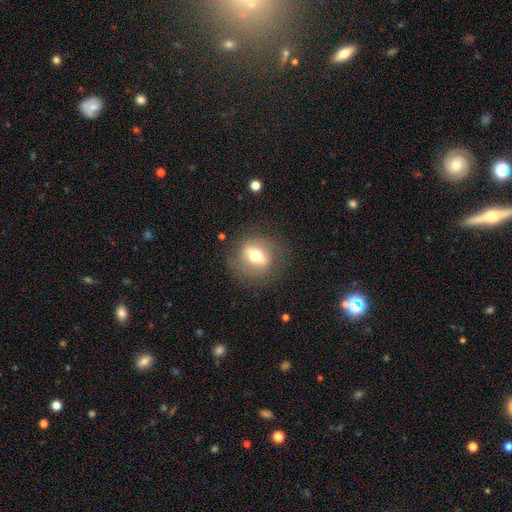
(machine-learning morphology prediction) The model was most divided on "smooth or featured": smooth: 47%, featured or disk: 44%, star or artifact: 10%. More confident: merging — none (81%).